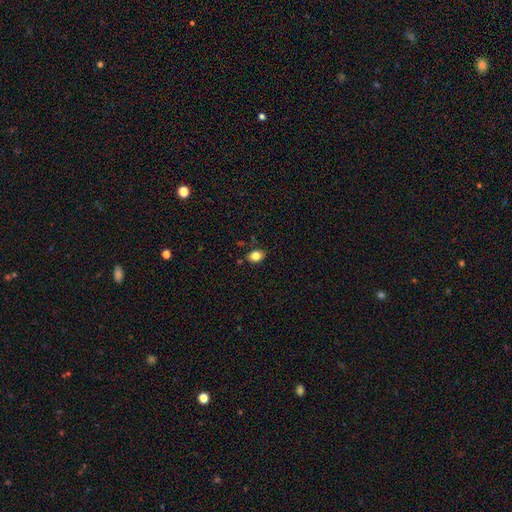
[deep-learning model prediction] Smooth or featured: smooth — 82% (star or artifact — 11%)
How rounded: in between — 66% (round — 33%)
Merging: none — 83% (minor disturbance — 12%)